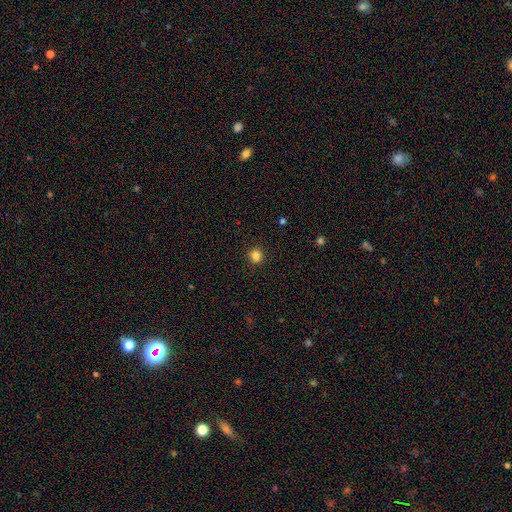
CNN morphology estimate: Smooth or featured? Predicted: smooth (p=0.84). How rounded? Predicted: round (p=0.87). Merging? Predicted: none (p=0.91).